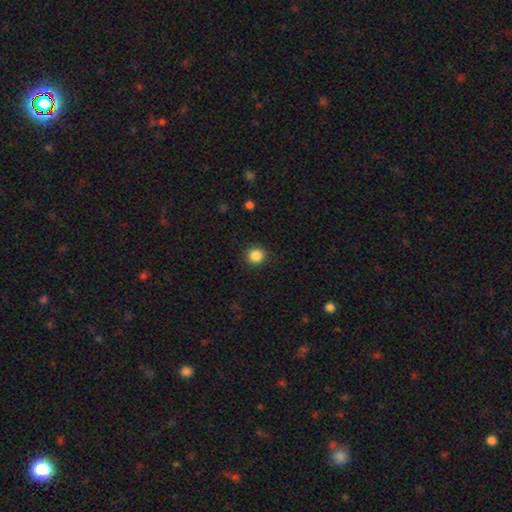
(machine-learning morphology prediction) Overall: smooth (87%). How rounded: round (92%). Merging: none (90%).